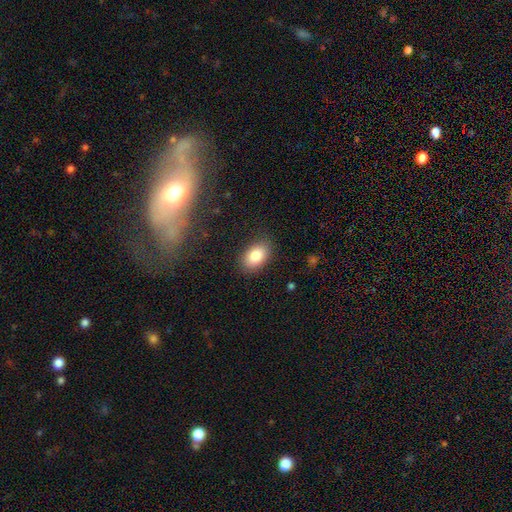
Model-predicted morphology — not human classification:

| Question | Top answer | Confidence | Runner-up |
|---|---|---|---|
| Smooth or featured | smooth | 84% | featured or disk (8%) |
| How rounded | in between | 90% | round (9%) |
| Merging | none | 84% | minor disturbance (12%) |